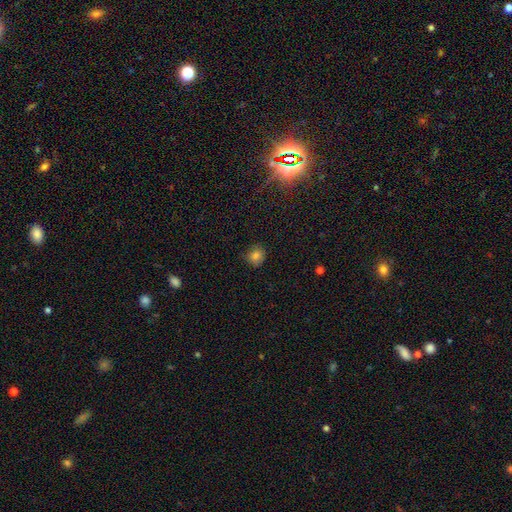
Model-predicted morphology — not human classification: Smooth or featured? Predicted: smooth (p=0.82). How rounded? Predicted: round (p=0.84). Merging? Predicted: none (p=0.84).